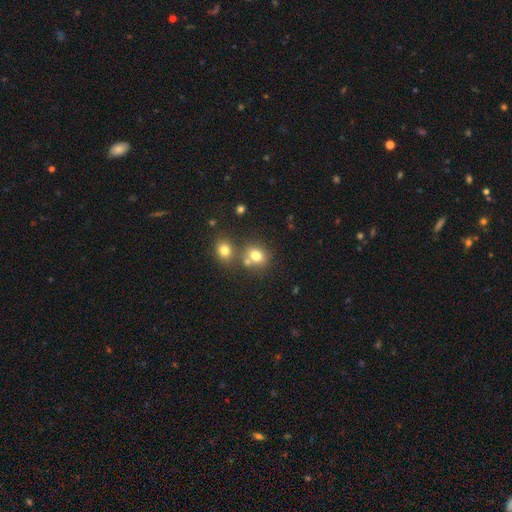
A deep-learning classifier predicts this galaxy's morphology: type=smooth (77%); roundness=round (65%); merging=none (55%).